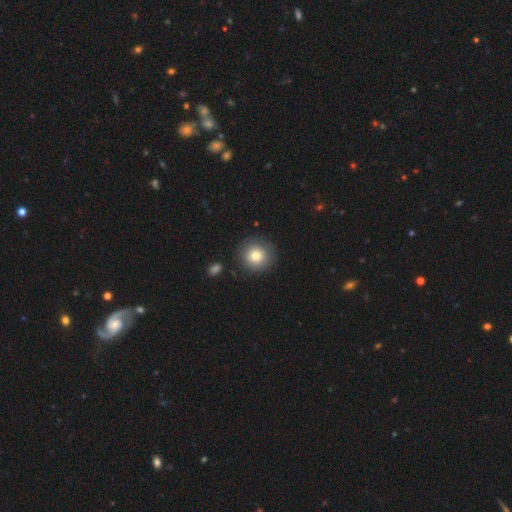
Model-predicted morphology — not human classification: Q: Smooth or featured?
A: smooth (80%); runner-up: featured or disk (11%)
Q: How rounded?
A: round (93%); runner-up: in between (6%)
Q: Merging?
A: none (86%); runner-up: minor disturbance (9%)